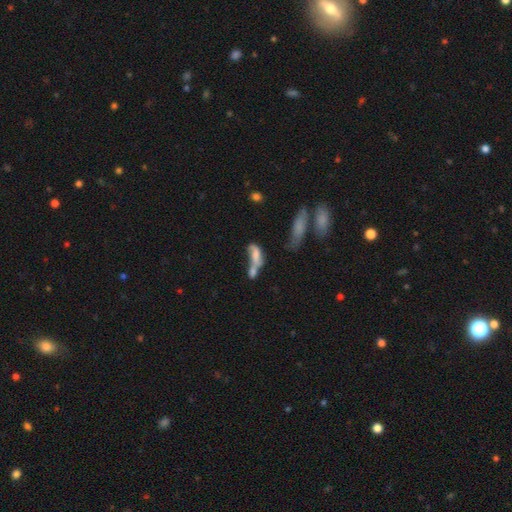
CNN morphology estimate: smooth-or-featured: smooth: 56% | featured or disk: 33% | star or artifact: 11%
  how-rounded: in between: 66% | cigar-shaped: 30% | round: 4%
  merging: merger: 60% | none: 16% | major disturbance: 14% | minor disturbance: 10%